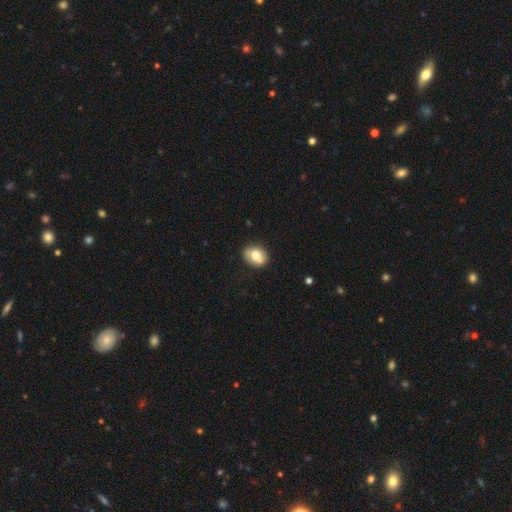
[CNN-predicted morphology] smooth 72%, featured or disk 20%, star or artifact 8%. Down the decision tree: how rounded — in between (58%); merging — none (84%).